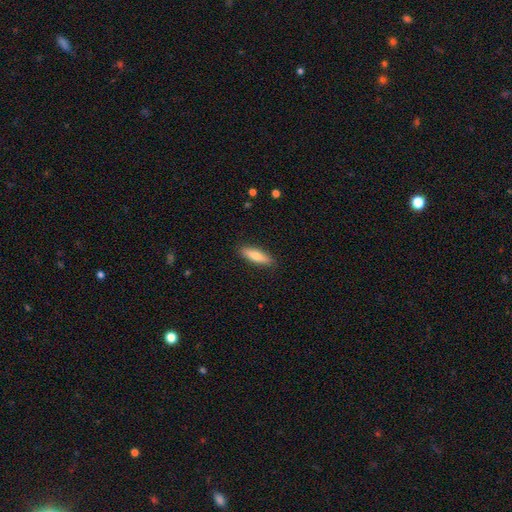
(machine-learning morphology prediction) A smooth galaxy with no disk features (72%) that is cigar-shaped (60%). Merging: none (89%).